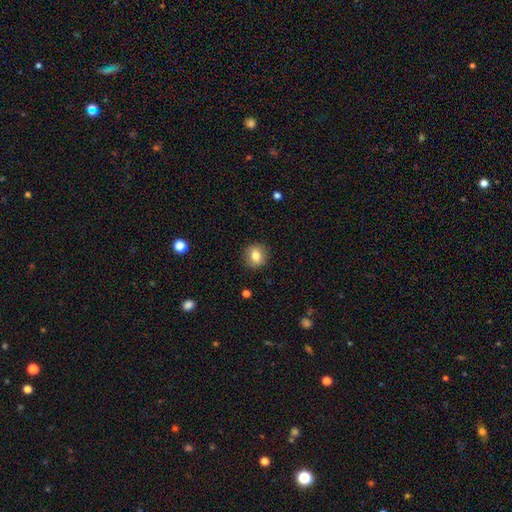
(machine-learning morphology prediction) Smooth or featured? smooth (81%)
How rounded? round (79%)
Merging? none (88%)